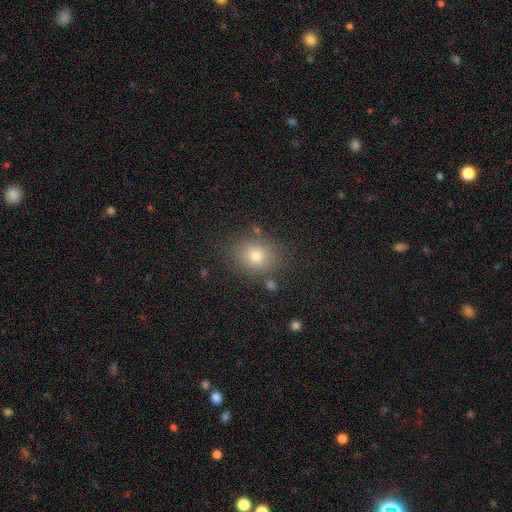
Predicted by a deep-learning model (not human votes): Smooth or featured?
  - smooth: 74% *
  - star or artifact: 15%
  - featured or disk: 11%
How rounded?
  - round: 58% *
  - in between: 41%
  - cigar-shaped: 1%
Merging?
  - none: 81% *
  - minor disturbance: 11%
  - merger: 4%
  - major disturbance: 4%